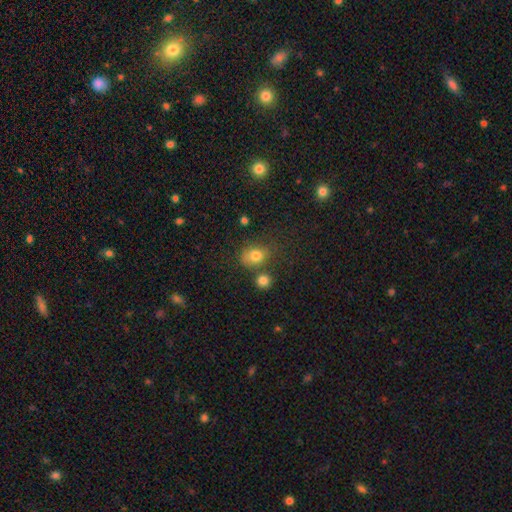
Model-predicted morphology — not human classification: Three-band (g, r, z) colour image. It shows a smooth galaxy with no disk features (79%) that is round (52%). Merging: none (58%).